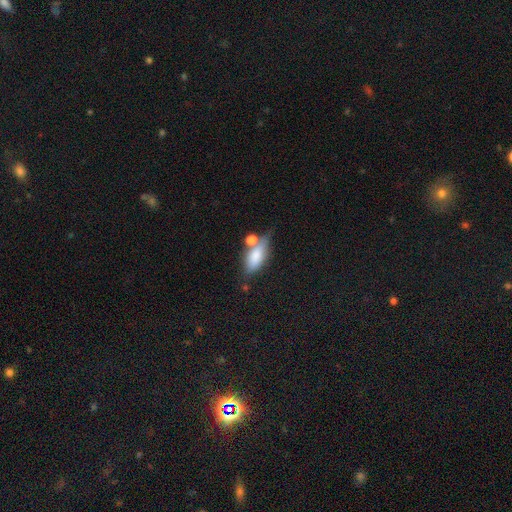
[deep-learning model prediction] This appears to be a smooth galaxy with no disk features (75%) that is in between round and cigar-shaped (80%). Merging: none (47%).